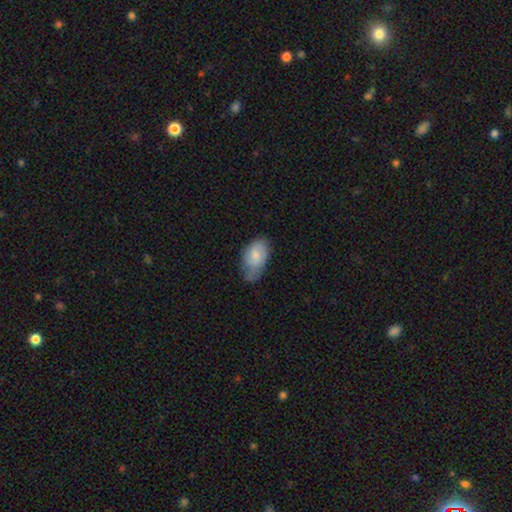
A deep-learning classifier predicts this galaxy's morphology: smooth 69%, featured or disk 24%, star or artifact 7%. Down the decision tree: how rounded — in between (92%); merging — minor disturbance (42%).